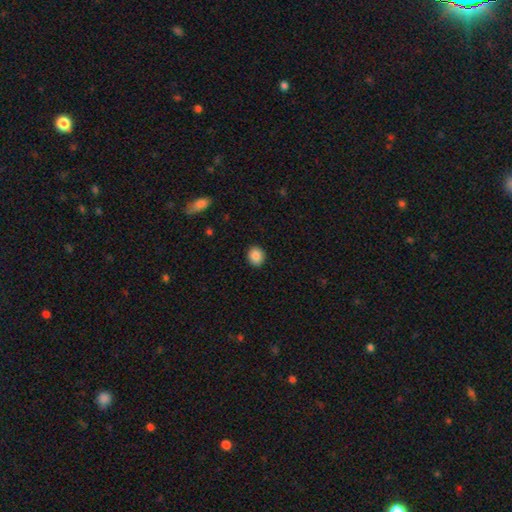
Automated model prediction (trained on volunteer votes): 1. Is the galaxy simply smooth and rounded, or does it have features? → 86% smooth, 9% star or artifact, 5% featured or disk.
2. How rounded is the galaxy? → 80% round, 19% in between, 1% cigar-shaped.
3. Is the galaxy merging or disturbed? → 91% none, 6% minor disturbance, 2% major disturbance, 1% merger.